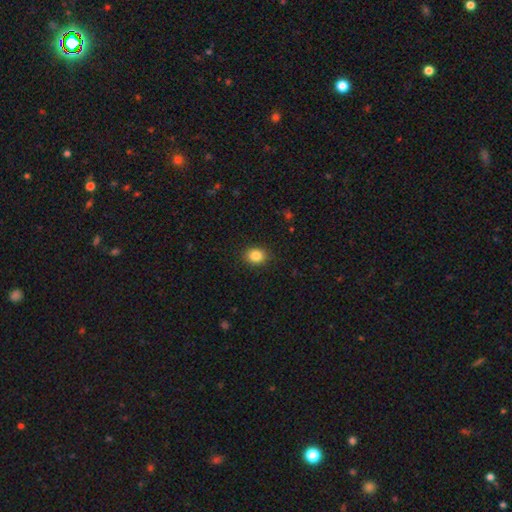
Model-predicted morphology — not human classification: Smooth or featured?
  - smooth: 85% *
  - star or artifact: 10%
  - featured or disk: 5%
How rounded?
  - round: 58% *
  - in between: 42%
  - cigar-shaped: 1%
Merging?
  - none: 90% *
  - minor disturbance: 7%
  - major disturbance: 2%
  - merger: 1%